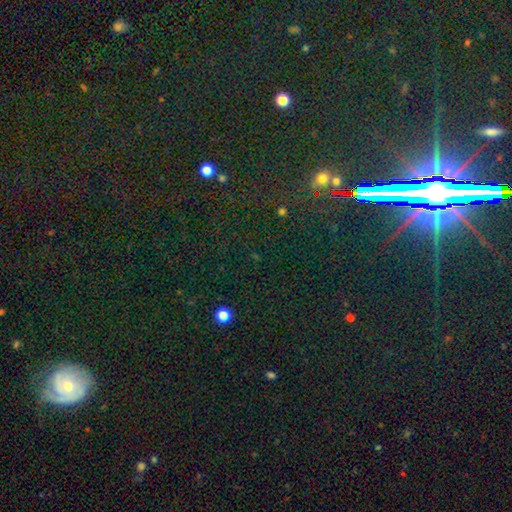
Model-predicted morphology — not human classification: Smooth or featured? star or artifact (82%)